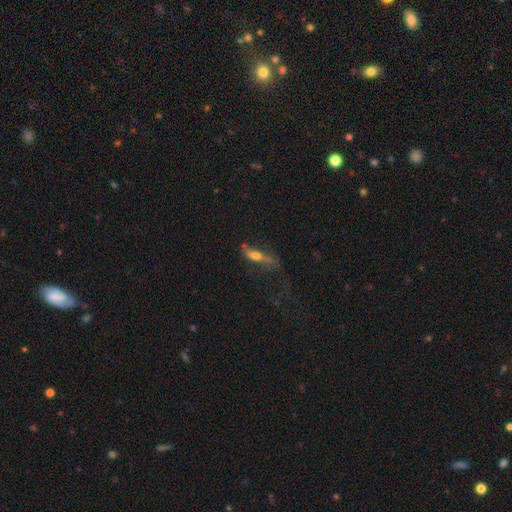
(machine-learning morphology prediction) smooth_or_featured: smooth (p=0.48) [alt: featured or disk p=0.42]
merging: none (p=0.45) [alt: minor disturbance p=0.26]